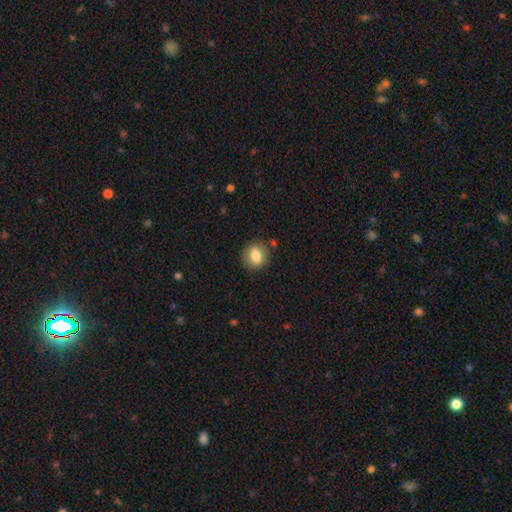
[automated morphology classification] Overall: smooth (82%). How rounded: round (70%). Merging: none (84%).